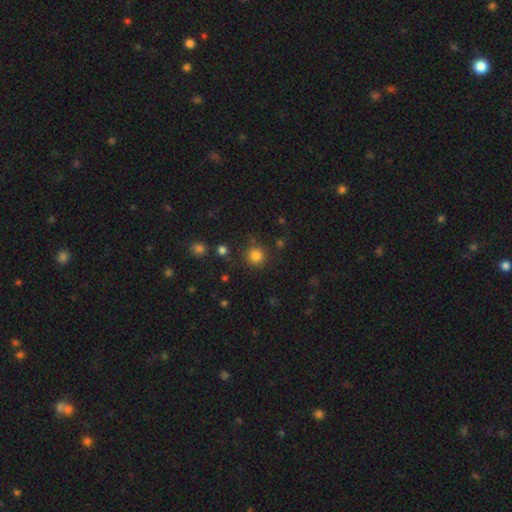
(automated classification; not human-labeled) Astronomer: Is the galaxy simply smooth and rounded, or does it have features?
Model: smooth — 82%.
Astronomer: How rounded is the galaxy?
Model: round — 94%.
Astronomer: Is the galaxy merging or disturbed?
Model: none — 83%.